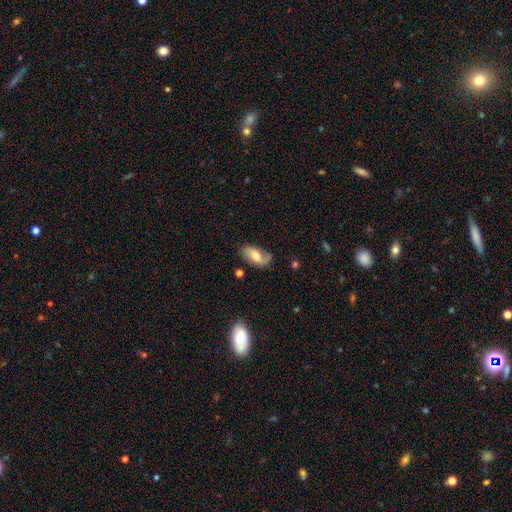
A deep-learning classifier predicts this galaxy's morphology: Q: Smooth or featured?
A: featured or disk (54%); runner-up: smooth (39%)
Q: Edge-on disk?
A: no (93%); runner-up: yes (7%)
Q: Bar?
A: weak (42%); tied with: no (42%)
Q: Spiral arms?
A: yes (87%); runner-up: no (13%)
Q: Bulge size?
A: moderate (56%); runner-up: small (22%)
Q: Merging?
A: none (67%); runner-up: minor disturbance (23%)